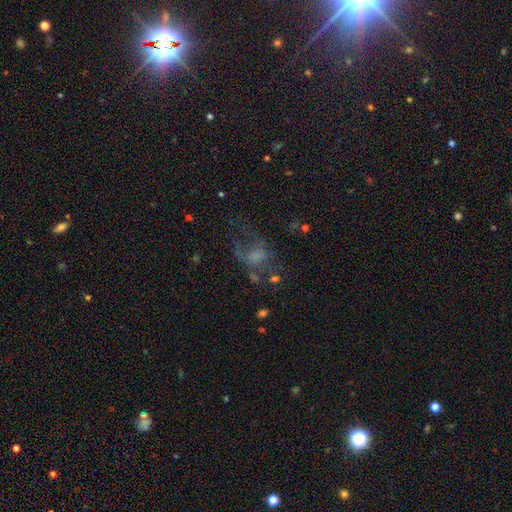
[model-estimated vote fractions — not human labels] Smooth or featured? Predicted: featured or disk (p=0.47). Merging? Predicted: major disturbance (p=0.47).